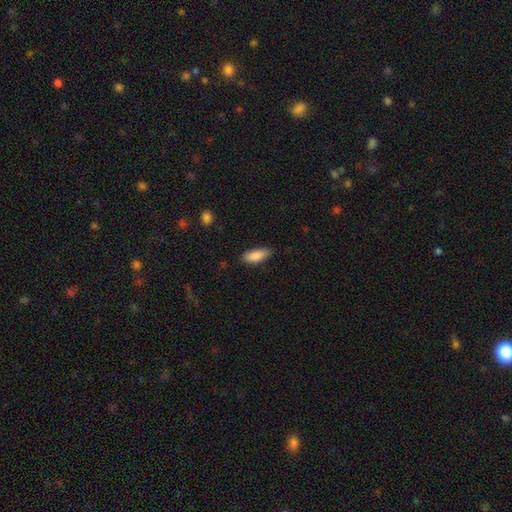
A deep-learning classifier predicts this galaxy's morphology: A smooth galaxy with no disk features (88%) that is in between round and cigar-shaped (79%).

Vote fractions:
- Smooth or featured? smooth: 88% / star or artifact: 6% / featured or disk: 6%
- How rounded? in between: 79% / cigar-shaped: 19% / round: 2%
- Merging? none: 81% / minor disturbance: 15% / major disturbance: 3% / merger: 1%